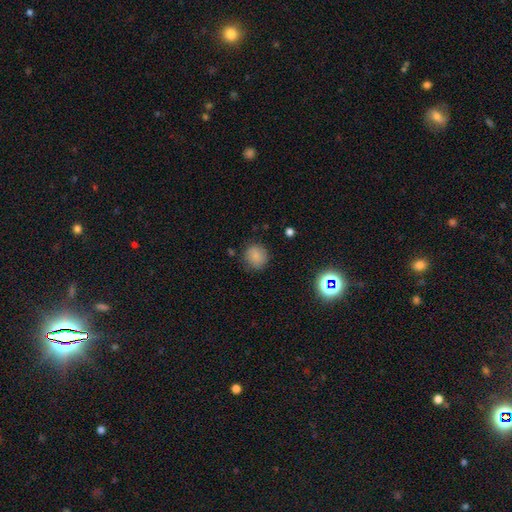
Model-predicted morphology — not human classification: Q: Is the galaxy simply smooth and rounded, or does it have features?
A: smooth — 80%.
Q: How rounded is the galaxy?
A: round — 88%.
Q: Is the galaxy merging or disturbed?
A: none — 80%.